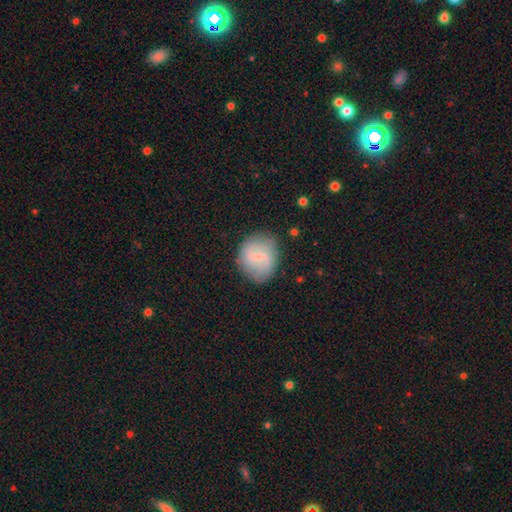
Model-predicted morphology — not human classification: smooth 49%, featured or disk 44%, star or artifact 7%. Down the decision tree: merging — none (76%).